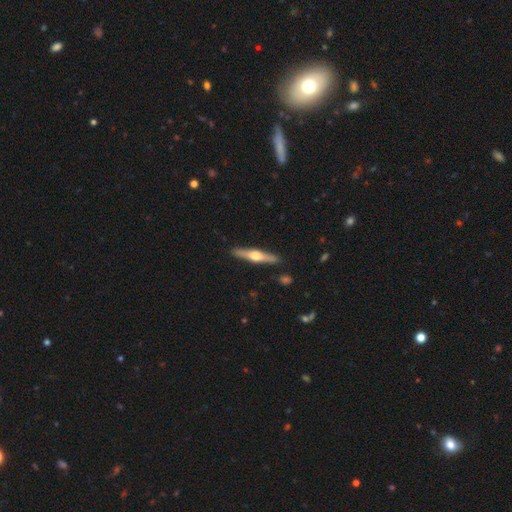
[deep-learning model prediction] A featured or disk galaxy (64%) viewed edge-on (96%) with a rounded central bulge (94%). Merging: none (90%).